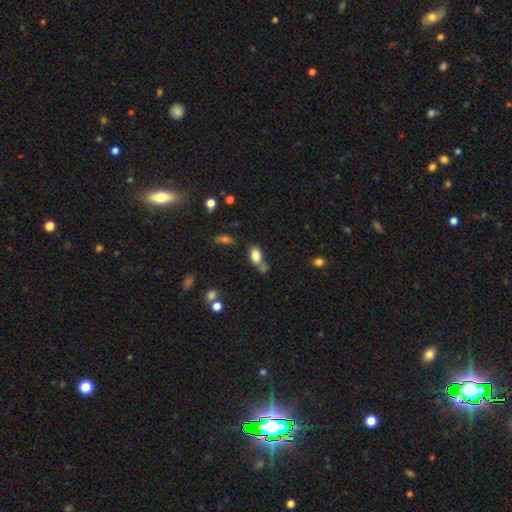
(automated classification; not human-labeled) A smooth galaxy with no disk features (82%) that is in between round and cigar-shaped (88%).

Vote fractions:
- Smooth or featured? smooth: 82% / star or artifact: 10% / featured or disk: 8%
- How rounded? in between: 88% / round: 8% / cigar-shaped: 3%
- Merging? none: 46% / merger: 29% / minor disturbance: 17% / major disturbance: 7%